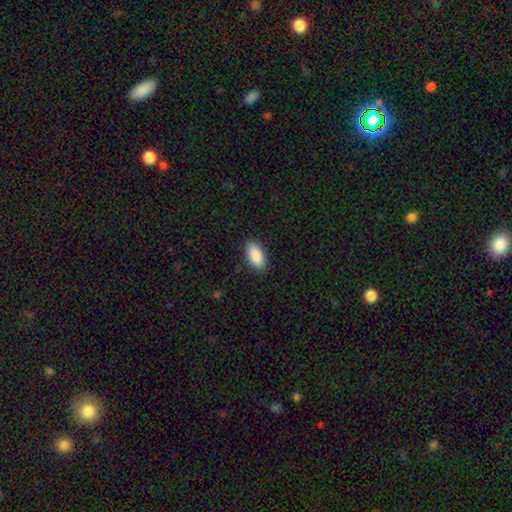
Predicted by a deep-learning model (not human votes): Q: Smooth or featured?
A: smooth (90%); runner-up: star or artifact (6%)
Q: How rounded?
A: in between (92%); runner-up: cigar-shaped (6%)
Q: Merging?
A: none (88%); runner-up: minor disturbance (9%)